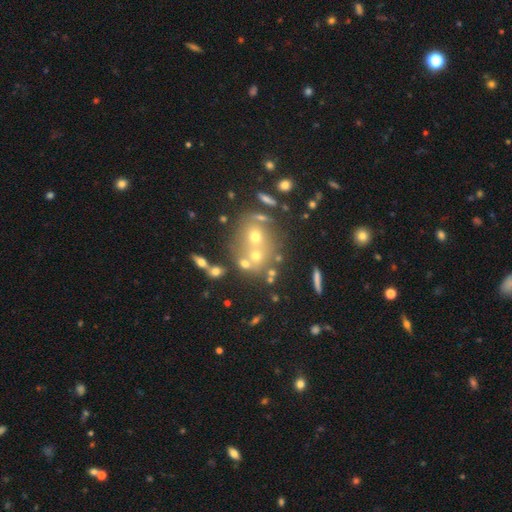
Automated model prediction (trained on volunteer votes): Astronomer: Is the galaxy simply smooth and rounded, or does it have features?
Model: smooth — 54%.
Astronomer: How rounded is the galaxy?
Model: round — 71%.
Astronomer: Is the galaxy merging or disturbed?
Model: merger — 44% (runner-up: none, 42%).